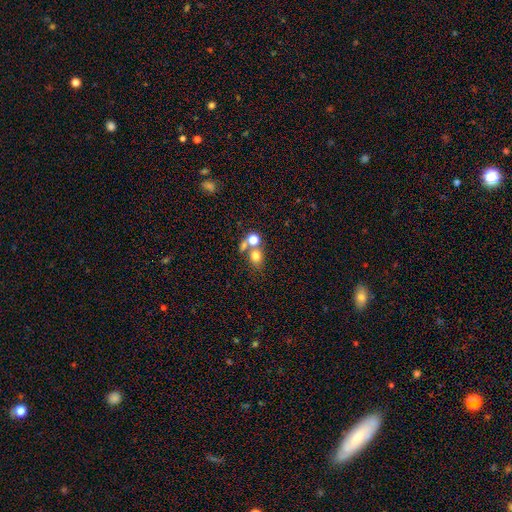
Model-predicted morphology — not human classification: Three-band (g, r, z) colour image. It shows a smooth galaxy with no disk features (72%) that is round (68%). Merging: none (46%).